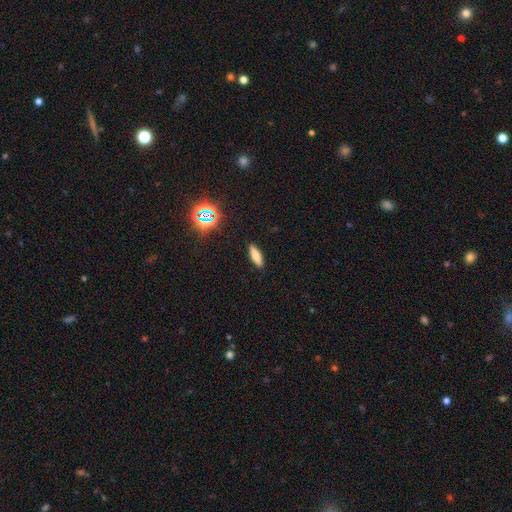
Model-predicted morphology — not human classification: A smooth galaxy with no disk features (62%) that is cigar-shaped (51%). Merging: none (89%).